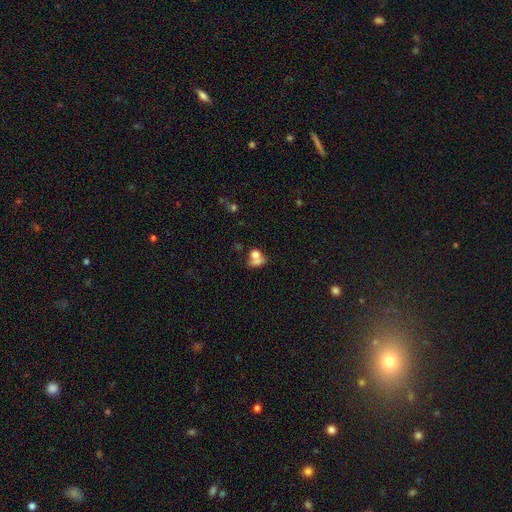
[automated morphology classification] smooth_or_featured: smooth (p=0.68) [alt: featured or disk p=0.19]
how_rounded: round (p=0.53) [alt: in between p=0.44]
merging: merger (p=0.53) [alt: none p=0.26]